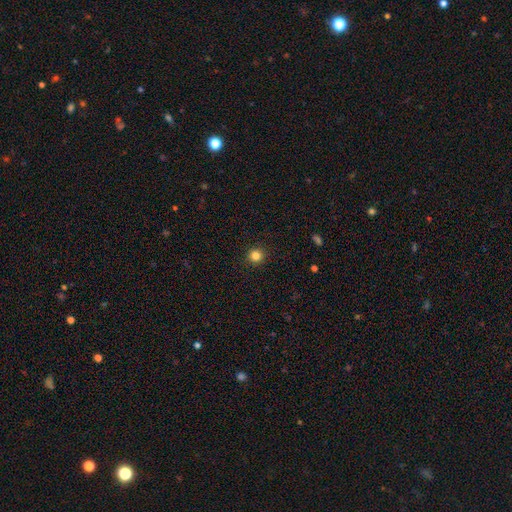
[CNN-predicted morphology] smooth_or_featured: smooth (p=0.84) [alt: star or artifact p=0.12]
how_rounded: round (p=0.95) [alt: in between p=0.04]
merging: none (p=0.93) [alt: minor disturbance p=0.05]